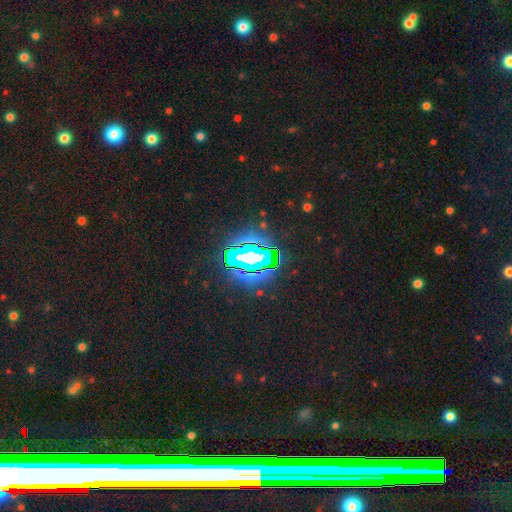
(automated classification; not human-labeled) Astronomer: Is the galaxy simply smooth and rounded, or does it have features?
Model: star or artifact — 78%.